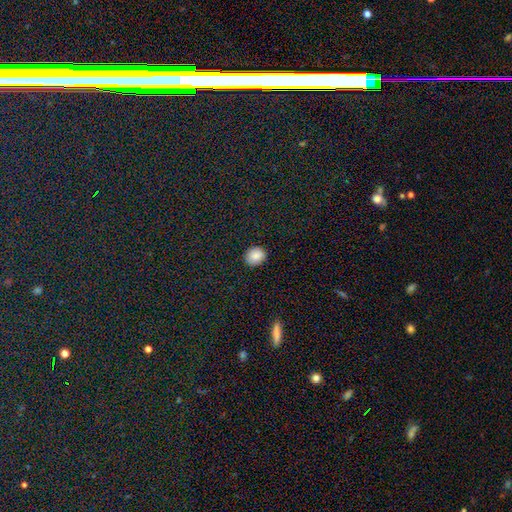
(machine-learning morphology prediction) This appears to be a smooth galaxy with no disk features (87%) that is round (72%). Merging: none (89%).